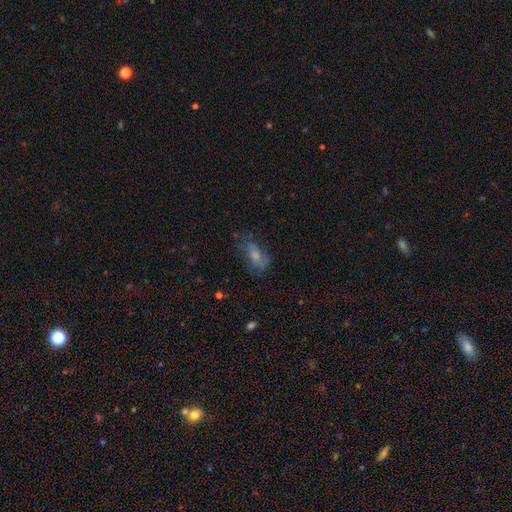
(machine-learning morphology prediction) This appears to be a smooth galaxy with no disk features (57%) that is in between round and cigar-shaped (81%). Merging: none (50%).